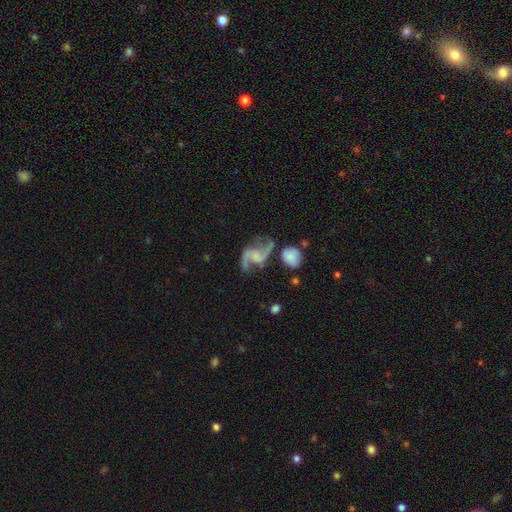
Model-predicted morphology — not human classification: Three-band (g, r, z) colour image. It shows a featured or disk galaxy (85%) with no bar (53%), 2 (92%) loose (74%) spiral arms (95%) and no central bulge (47%). Merging: none (56%).